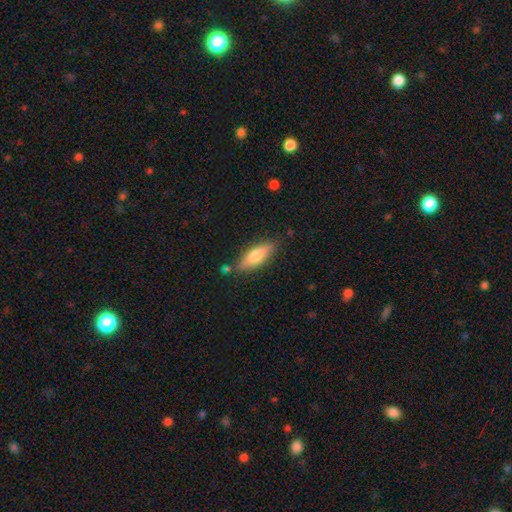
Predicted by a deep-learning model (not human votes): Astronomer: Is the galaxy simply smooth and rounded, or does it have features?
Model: smooth — 68%.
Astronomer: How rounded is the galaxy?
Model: in between — 56% (runner-up: cigar-shaped, 42%).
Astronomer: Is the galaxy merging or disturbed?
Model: none — 80%.